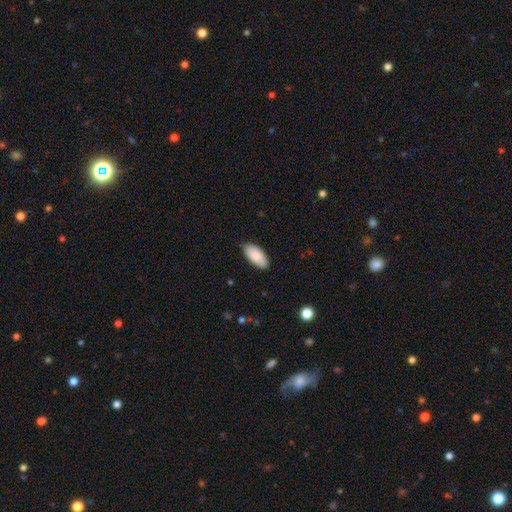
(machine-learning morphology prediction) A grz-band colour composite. It shows a smooth galaxy with no disk features (87%) that is in between round and cigar-shaped (94%). Merging: none (82%).